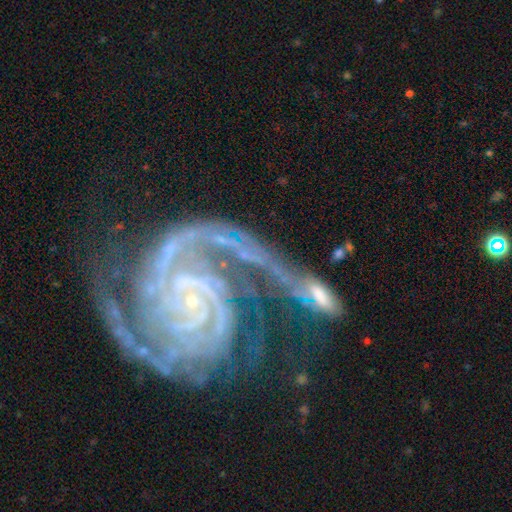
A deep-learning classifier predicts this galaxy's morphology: smooth_or_featured: featured or disk (p=0.91) [alt: star or artifact p=0.06]
disk_edge_on: no (p=0.97) [alt: yes p=0.03]
bar: no (p=0.60) [alt: weak p=0.26]
has_spiral_arms: yes (p=0.98) [alt: no p=0.02]
spiral_winding: tight (p=0.58) [alt: medium p=0.33]
spiral_arm_count: 2 (p=0.57) [alt: 3 p=0.13]
bulge_size: small (p=0.85) [alt: moderate p=0.08]
merging: none (p=0.34) [alt: merger p=0.28]